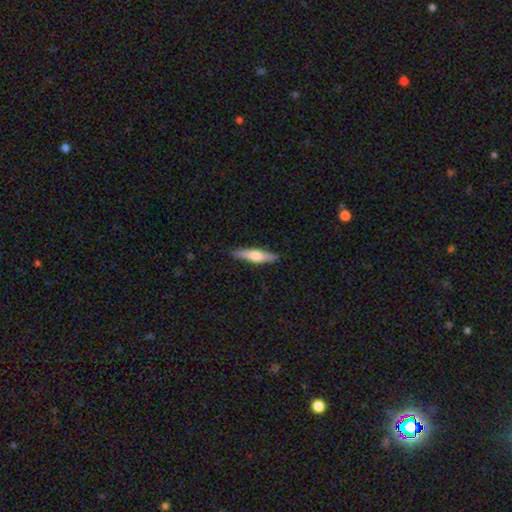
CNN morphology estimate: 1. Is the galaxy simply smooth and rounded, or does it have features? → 52% smooth, 42% featured or disk, 5% star or artifact.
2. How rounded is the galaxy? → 78% cigar-shaped, 20% in between, 2% round.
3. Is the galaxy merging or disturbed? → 88% none, 9% minor disturbance, 2% major disturbance, 1% merger.